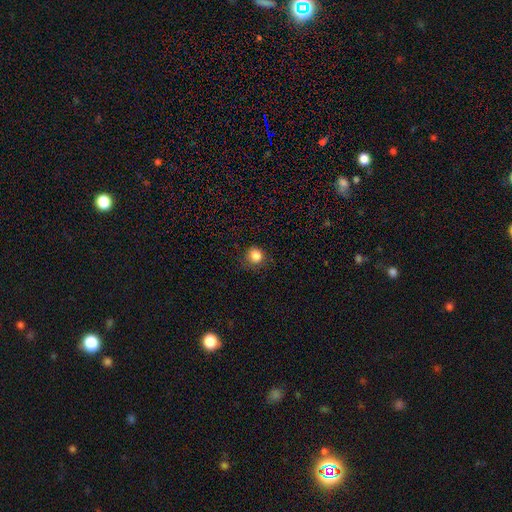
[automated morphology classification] This is clearly a smooth galaxy (85%). How rounded: clearly round (86%). Merging: likely none (78%).